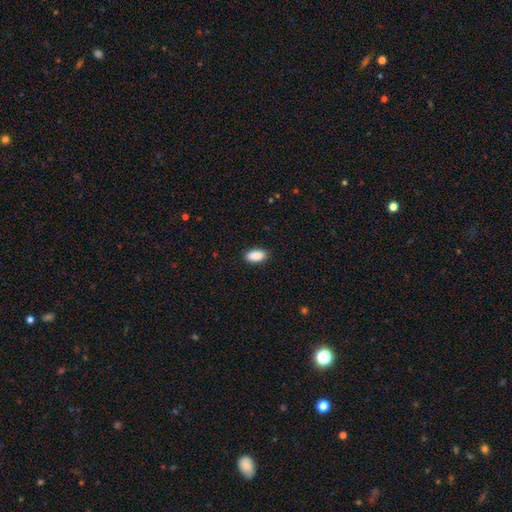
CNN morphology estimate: A smooth galaxy with no disk features (91%) that is in between round and cigar-shaped (94%).

Vote fractions:
- Smooth or featured? smooth: 91% / star or artifact: 7% / featured or disk: 3%
- How rounded? in between: 94% / round: 3% / cigar-shaped: 3%
- Merging? none: 90% / minor disturbance: 7% / major disturbance: 2% / merger: 1%